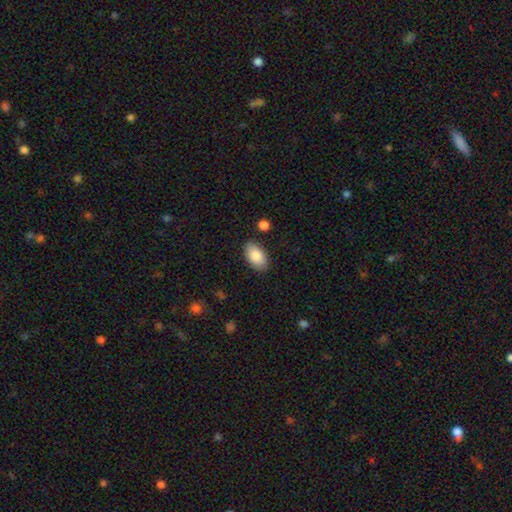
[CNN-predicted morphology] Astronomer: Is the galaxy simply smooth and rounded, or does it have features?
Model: smooth — 87%.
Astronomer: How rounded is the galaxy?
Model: in between — 95%.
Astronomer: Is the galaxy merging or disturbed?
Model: none — 86%.